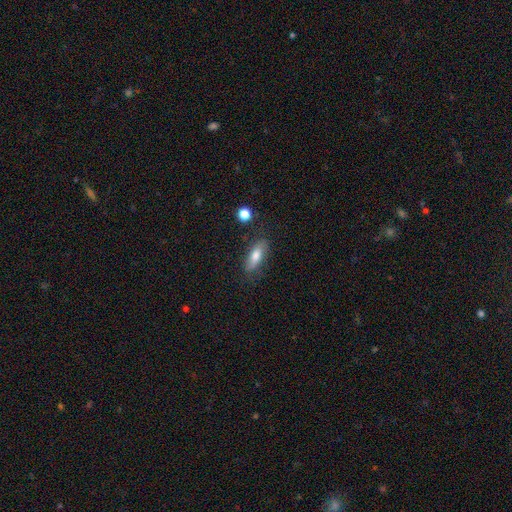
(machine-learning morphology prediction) Smooth or featured? Predicted: smooth (p=0.74). How rounded? Predicted: in between (p=0.68). Merging? Predicted: none (p=0.76).